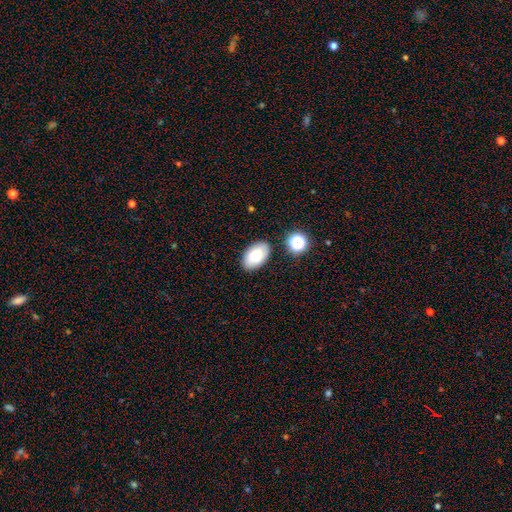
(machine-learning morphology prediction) This is clearly a smooth galaxy (81%). How rounded: clearly in between (93%). Merging: clearly none (85%).